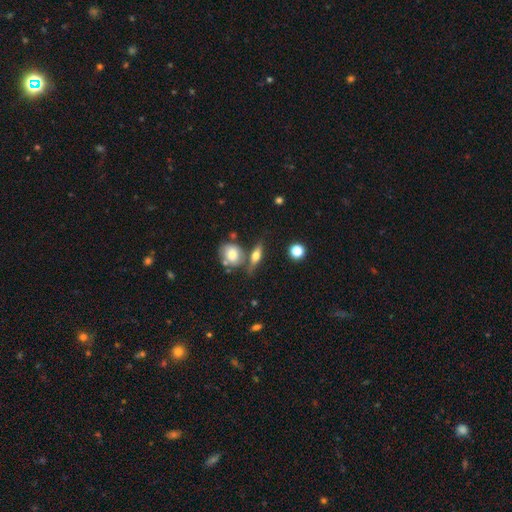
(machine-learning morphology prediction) type=smooth (50%); roundness=in between (49%); merging=none (64%).